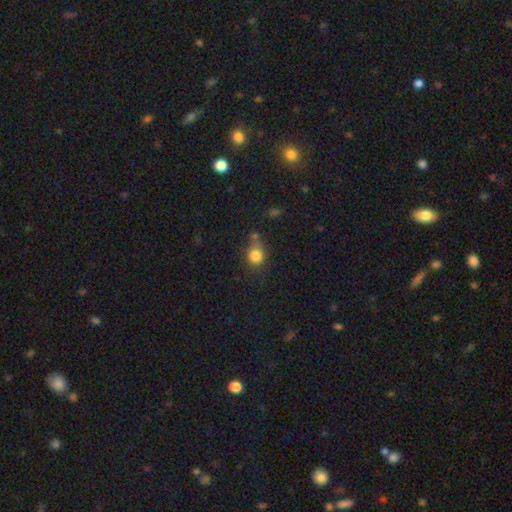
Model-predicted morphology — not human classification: smooth 82%, star or artifact 11%, featured or disk 6%. Down the decision tree: how rounded — round (77%); merging — none (55%).